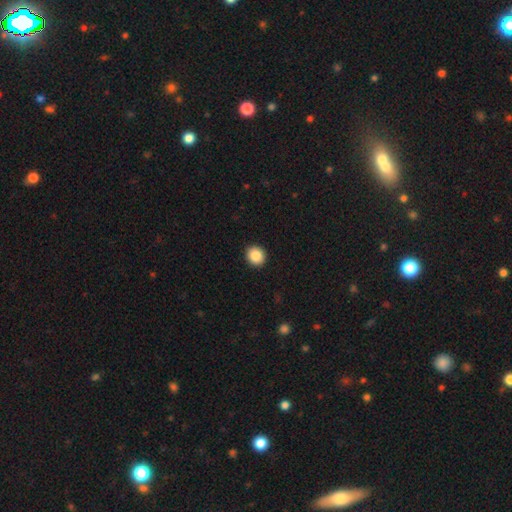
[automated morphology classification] smooth-or-featured: smooth: 88% | star or artifact: 8% | featured or disk: 4%
  how-rounded: round: 84% | in between: 15% | cigar-shaped: 1%
  merging: none: 93% | minor disturbance: 5% | major disturbance: 2% | merger: 1%